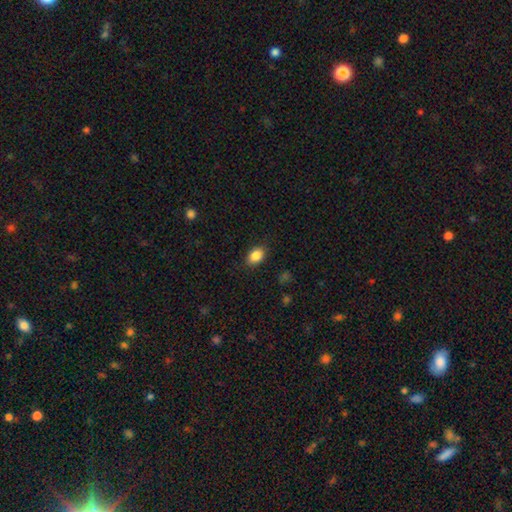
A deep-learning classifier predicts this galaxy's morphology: smooth 87%, star or artifact 8%, featured or disk 5%. Down the decision tree: how rounded — in between (80%); merging — none (85%).